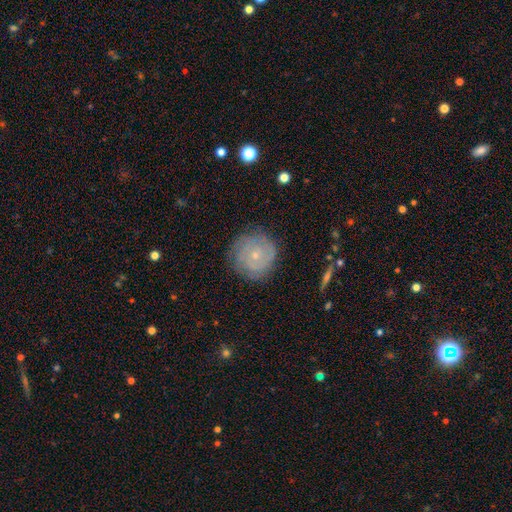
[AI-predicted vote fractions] smooth_or_featured: featured or disk (p=0.61) [alt: smooth p=0.31]
disk_edge_on: no (p=0.97) [alt: yes p=0.03]
bar: no (p=0.83) [alt: weak p=0.15]
has_spiral_arms: yes (p=0.81) [alt: no p=0.19]
bulge_size: small (p=0.78) [alt: moderate p=0.18]
merging: none (p=0.78) [alt: minor disturbance p=0.15]